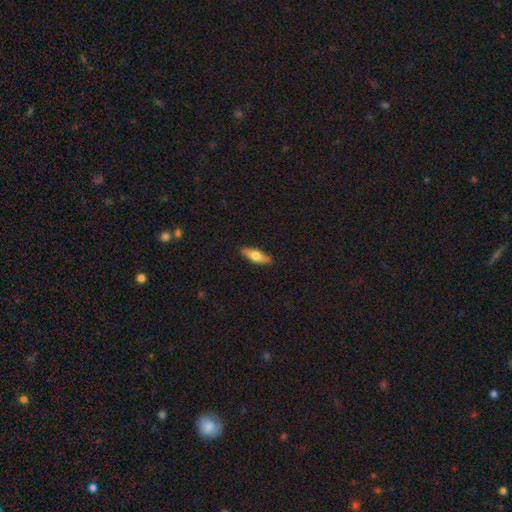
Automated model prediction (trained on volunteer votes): Smooth or featured? Predicted: smooth (p=0.62). How rounded? Predicted: in between (p=0.52). Merging? Predicted: none (p=0.88).